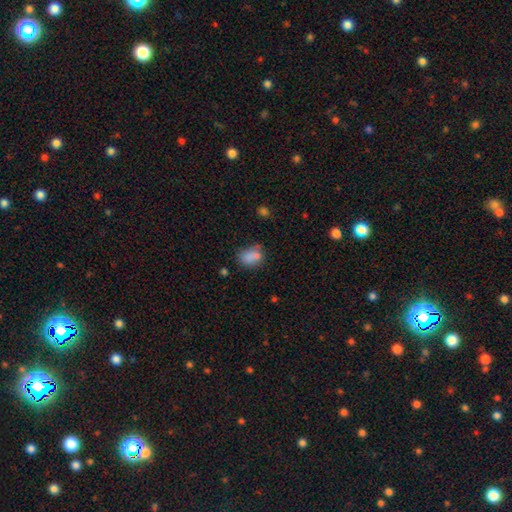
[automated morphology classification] smooth 80%, star or artifact 11%, featured or disk 9%. Down the decision tree: how rounded — in between (70%); merging — none (53%).